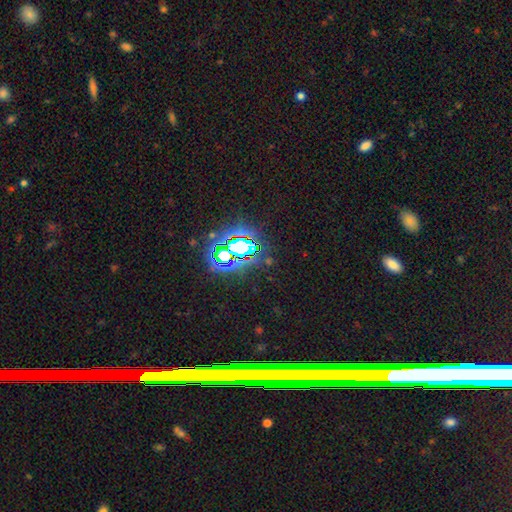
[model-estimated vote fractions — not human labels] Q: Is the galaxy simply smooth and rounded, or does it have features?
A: star or artifact — 74%.